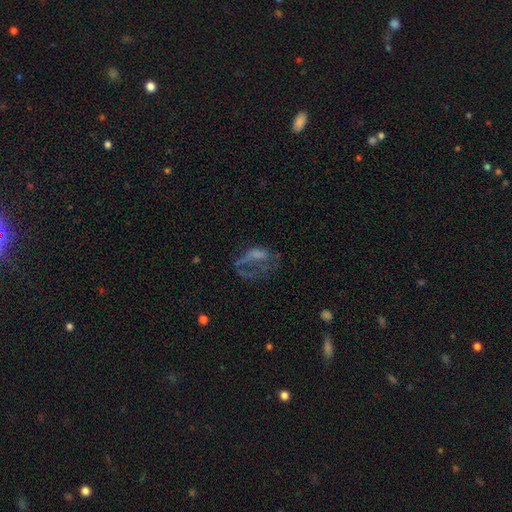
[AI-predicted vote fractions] Smooth or featured? featured or disk (49%)
Merging? major disturbance (54%)